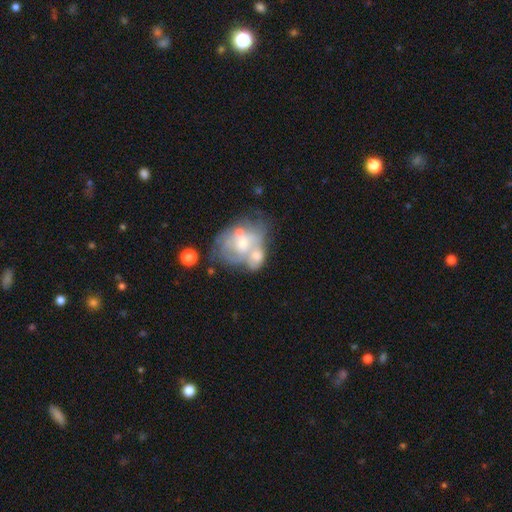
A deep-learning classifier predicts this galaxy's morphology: Smooth or featured?
  - featured or disk: 55% *
  - smooth: 36%
  - star or artifact: 9%
Edge-on disk?
  - no: 96% *
  - yes: 4%
Bar?
  - no: 84% *
  - weak: 13%
  - strong: 3%
Spiral arms?
  - no: 69% *
  - yes: 31%
Bulge size?
  - moderate: 45% * (tied)
  - small: 45% * (tied)
  - none: 5%
  - large: 4%
  - dominant: 1%
Merging?
  - merger: 56% *
  - none: 19%
  - major disturbance: 13%
  - minor disturbance: 12%